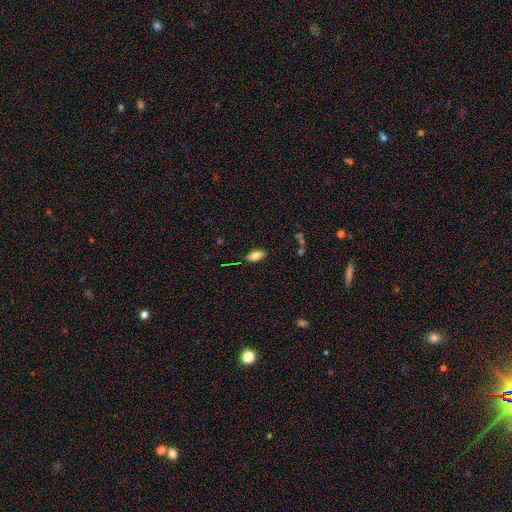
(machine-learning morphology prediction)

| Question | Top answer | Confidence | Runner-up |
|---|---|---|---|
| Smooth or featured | smooth | 82% | featured or disk (10%) |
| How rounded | in between | 91% | cigar-shaped (4%) |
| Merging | none | 84% | minor disturbance (12%) |